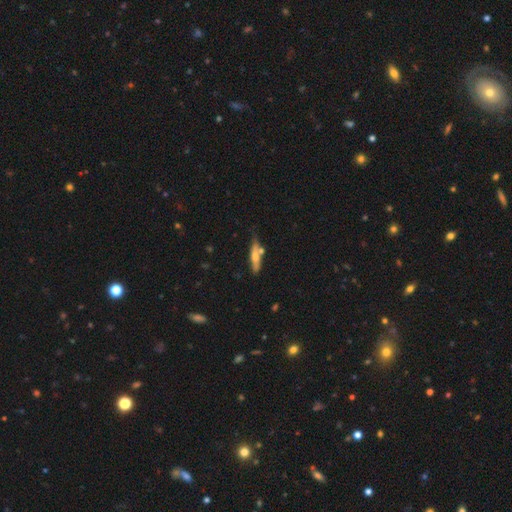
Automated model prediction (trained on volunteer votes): A smooth galaxy with no disk features (54%) that is cigar-shaped (76%).

Vote fractions:
- Smooth or featured? smooth: 54% / featured or disk: 39% / star or artifact: 6%
- How rounded? cigar-shaped: 76% / in between: 22% / round: 2%
- Merging? none: 58% / minor disturbance: 23% / merger: 13% / major disturbance: 6%